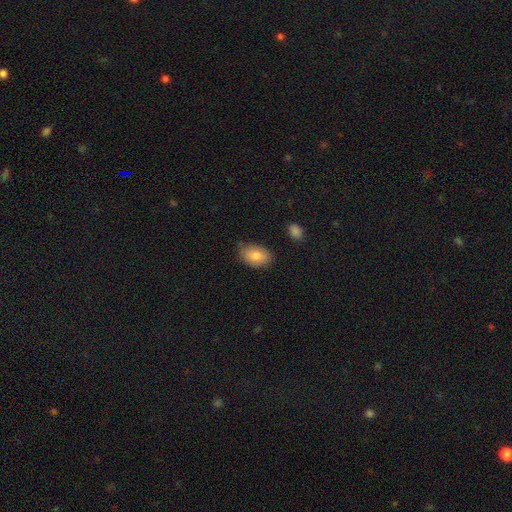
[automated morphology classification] A smooth galaxy with no disk features (83%) that is in between round and cigar-shaped (88%). Merging: none (77%).